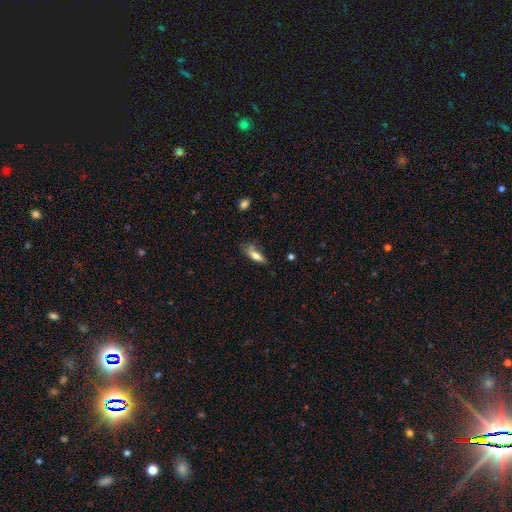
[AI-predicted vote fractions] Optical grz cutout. It shows a smooth galaxy with no disk features (74%) that is in between round and cigar-shaped (53%). Merging: none (47%).